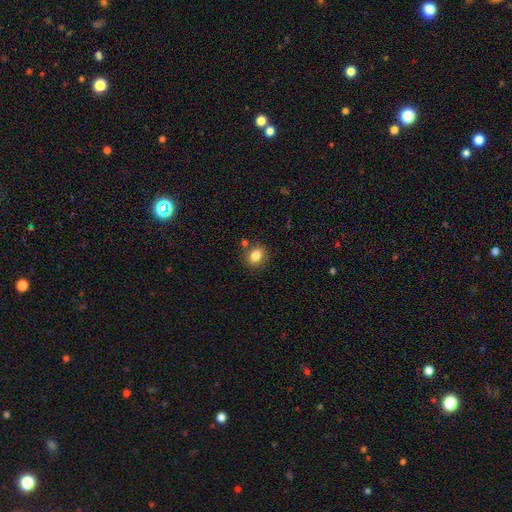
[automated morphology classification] smooth 83%, star or artifact 10%, featured or disk 7%. Down the decision tree: how rounded — in between (59%); merging — none (79%).